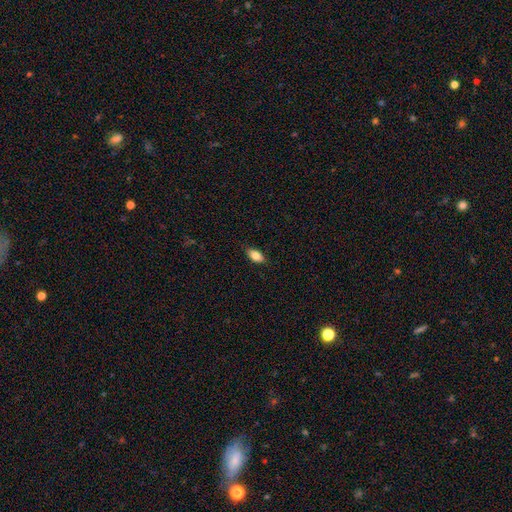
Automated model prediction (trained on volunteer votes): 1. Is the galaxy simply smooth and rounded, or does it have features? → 82% smooth, 10% featured or disk, 7% star or artifact.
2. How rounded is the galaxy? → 90% in between, 6% cigar-shaped, 4% round.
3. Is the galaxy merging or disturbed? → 84% none, 12% minor disturbance, 2% major disturbance, 1% merger.